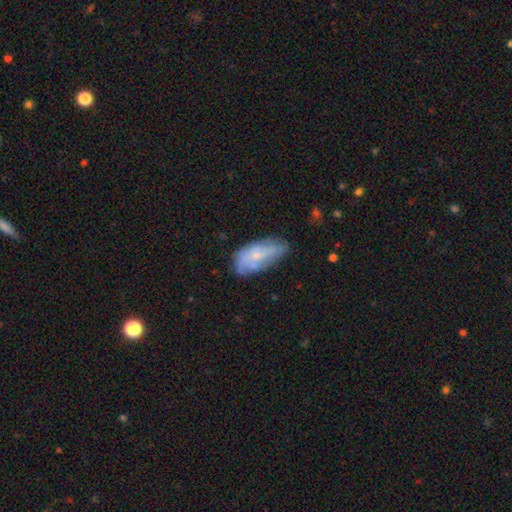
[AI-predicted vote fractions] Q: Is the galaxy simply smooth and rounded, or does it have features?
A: smooth — 52%.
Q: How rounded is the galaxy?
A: in between — 89%.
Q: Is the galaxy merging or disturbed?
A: none — 51%.